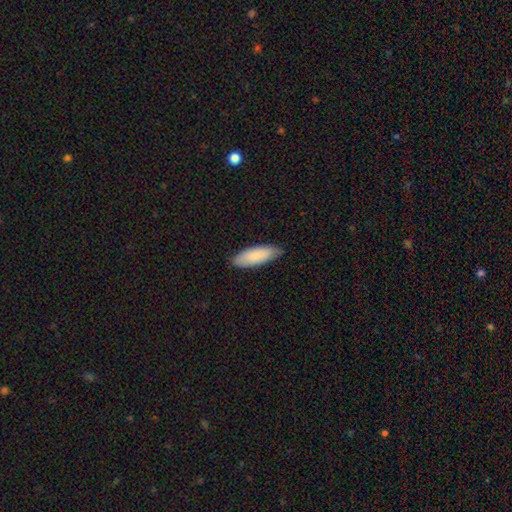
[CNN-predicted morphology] Smooth or featured? Predicted: smooth (p=0.85). How rounded? Predicted: in between (p=0.62). Merging? Predicted: none (p=0.82).